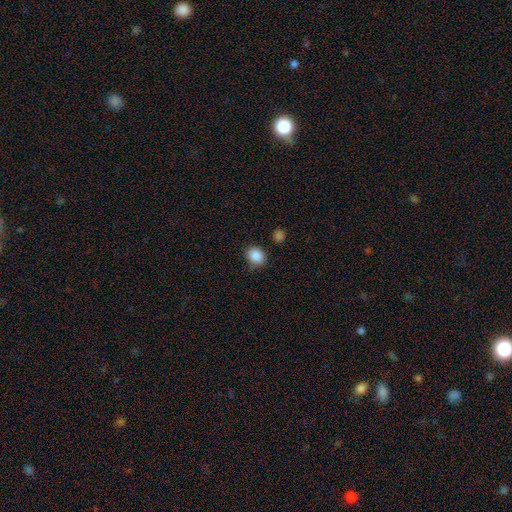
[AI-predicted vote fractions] Q: Smooth or featured?
A: smooth (87%); runner-up: star or artifact (9%)
Q: How rounded?
A: round (64%); runner-up: in between (35%)
Q: Merging?
A: none (81%); runner-up: minor disturbance (12%)